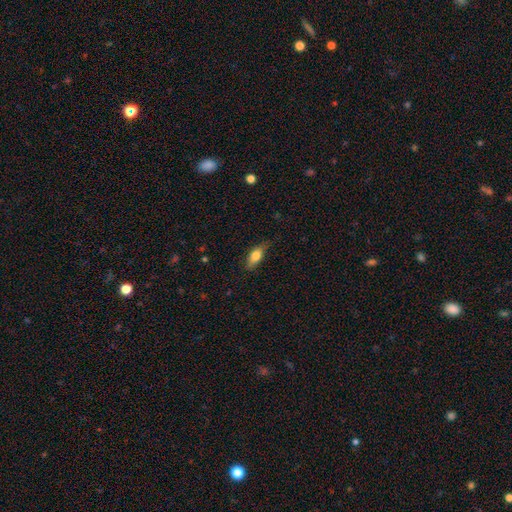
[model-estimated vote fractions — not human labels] Smooth or featured? Predicted: smooth (p=0.76). How rounded? Predicted: in between (p=0.78). Merging? Predicted: none (p=0.69).